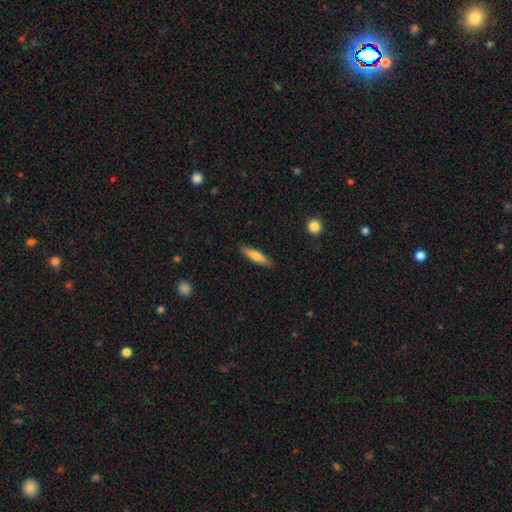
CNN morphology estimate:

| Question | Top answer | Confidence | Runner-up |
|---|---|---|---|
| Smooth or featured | smooth | 70% | featured or disk (24%) |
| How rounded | cigar-shaped | 79% | in between (19%) |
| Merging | none | 89% | minor disturbance (8%) |